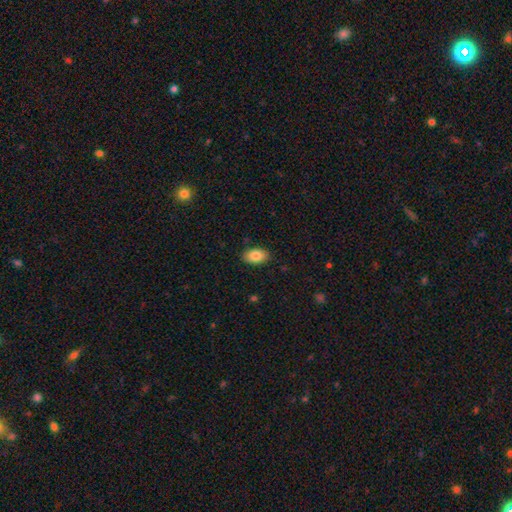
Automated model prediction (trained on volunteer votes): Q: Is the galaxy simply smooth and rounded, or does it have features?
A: smooth — 85%.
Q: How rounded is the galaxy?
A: in between — 92%.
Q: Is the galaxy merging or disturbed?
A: none — 87%.